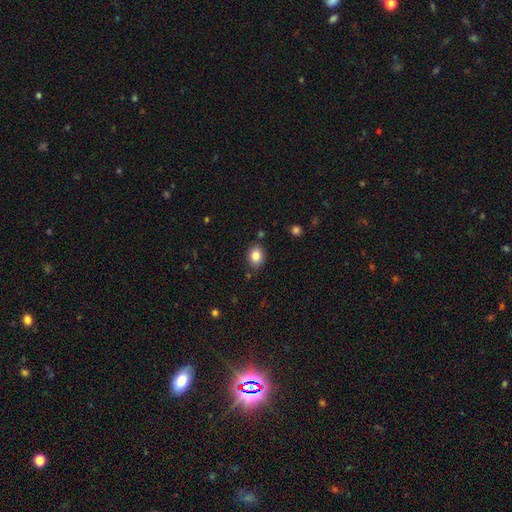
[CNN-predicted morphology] smooth 85%, star or artifact 9%, featured or disk 6%. Down the decision tree: how rounded — in between (59%); merging — none (82%).